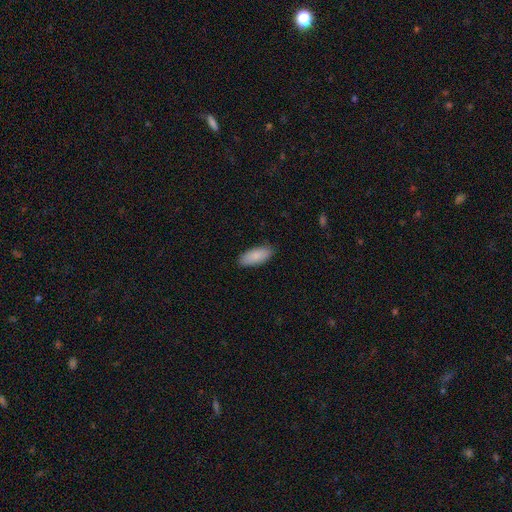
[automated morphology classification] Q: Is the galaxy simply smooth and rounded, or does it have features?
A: smooth — 86%.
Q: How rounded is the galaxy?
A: in between — 84%.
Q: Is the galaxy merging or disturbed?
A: none — 87%.